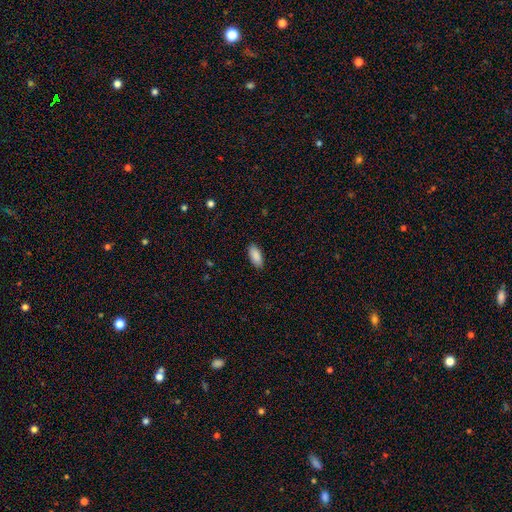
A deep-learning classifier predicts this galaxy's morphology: Smooth or featured?
  - smooth: 89% *
  - star or artifact: 6%
  - featured or disk: 4%
How rounded?
  - in between: 88% *
  - cigar-shaped: 10%
  - round: 2%
Merging?
  - none: 87% *
  - minor disturbance: 10%
  - major disturbance: 2%
  - merger: 1%